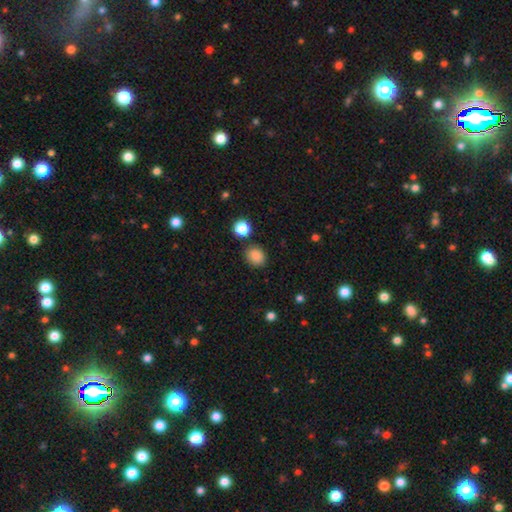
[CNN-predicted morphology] Smooth or featured? smooth (86%)
How rounded? round (69%)
Merging? none (82%)